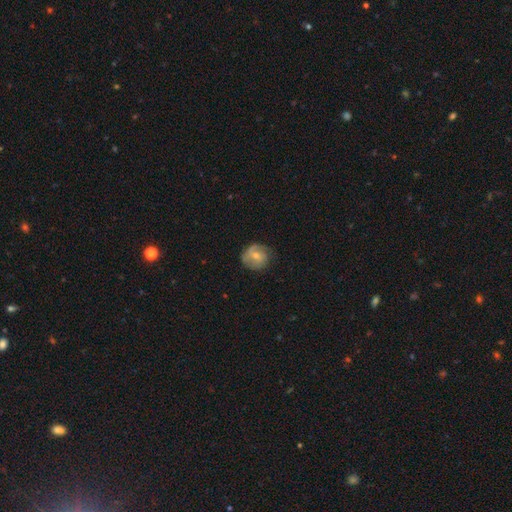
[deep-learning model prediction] Morphology: type=featured or disk (48%); merging=none (68%).